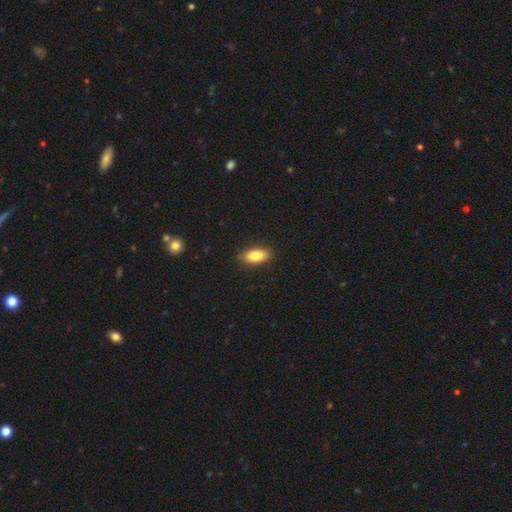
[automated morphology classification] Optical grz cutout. It shows a smooth galaxy with no disk features (83%) that is in between round and cigar-shaped (85%). Merging: none (88%).